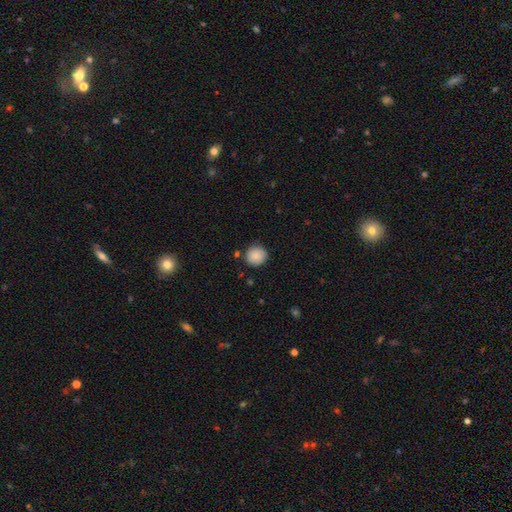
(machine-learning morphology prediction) Smooth or featured? smooth (88%)
How rounded? round (90%)
Merging? none (85%)